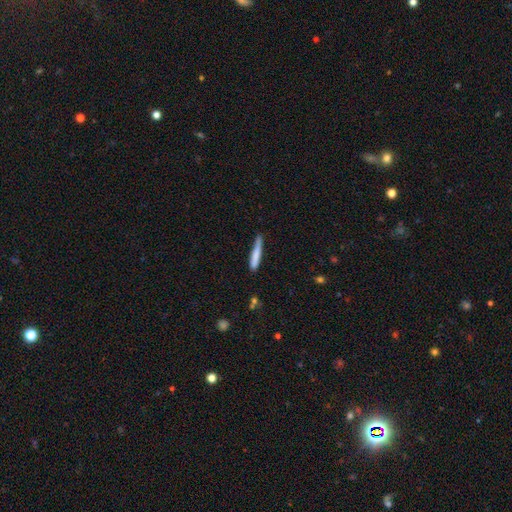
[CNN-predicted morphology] smooth_or_featured: smooth (p=0.76) [alt: featured or disk p=0.18]
how_rounded: cigar-shaped (p=0.93) [alt: in between p=0.05]
merging: none (p=0.70) [alt: minor disturbance p=0.23]